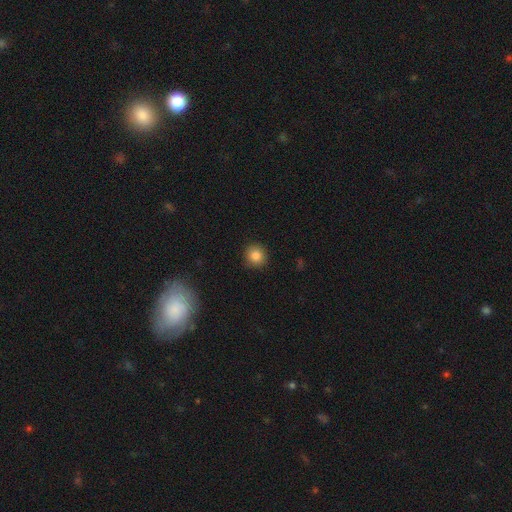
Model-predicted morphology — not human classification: The model was most divided on "smooth or featured": smooth: 85%, star or artifact: 10%, featured or disk: 5%. More confident: how rounded — round (91%); merging — none (90%).